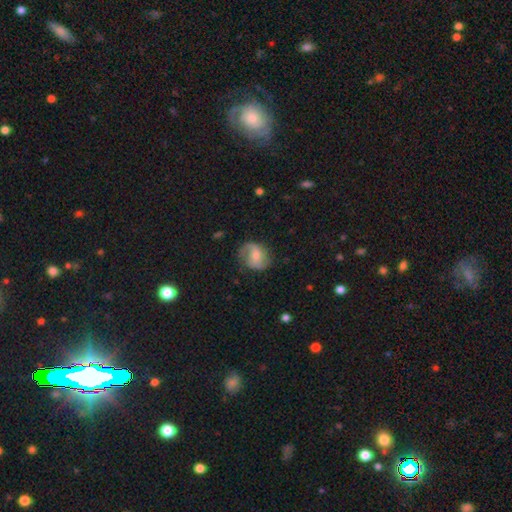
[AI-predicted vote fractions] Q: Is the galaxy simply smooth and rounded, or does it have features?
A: featured or disk — 65%.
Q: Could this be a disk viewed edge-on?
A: no — 97%.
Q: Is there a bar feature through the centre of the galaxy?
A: weak — 44%.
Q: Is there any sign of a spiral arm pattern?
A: yes — 91%.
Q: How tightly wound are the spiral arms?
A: medium — 42%.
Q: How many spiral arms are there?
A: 2 — 79%.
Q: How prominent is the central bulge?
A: moderate — 46%.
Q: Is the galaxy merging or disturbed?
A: none — 68%.